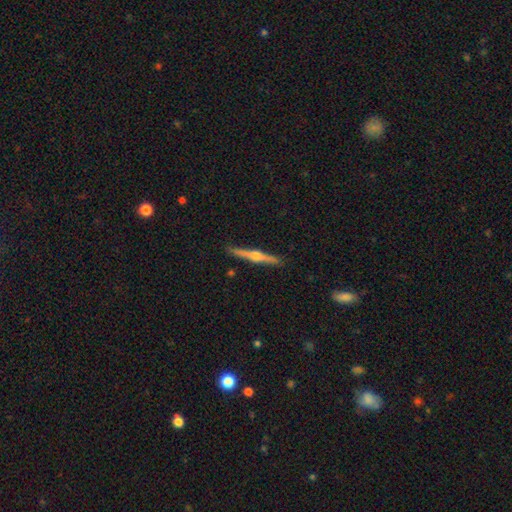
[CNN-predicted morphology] Q: Smooth or featured?
A: featured or disk (79%); runner-up: smooth (16%)
Q: Edge-on disk?
A: yes (99%); runner-up: no (1%)
Q: Edge-on bulge?
A: rounded (93%); runner-up: boxy (3%)
Q: Merging?
A: none (91%); runner-up: minor disturbance (6%)